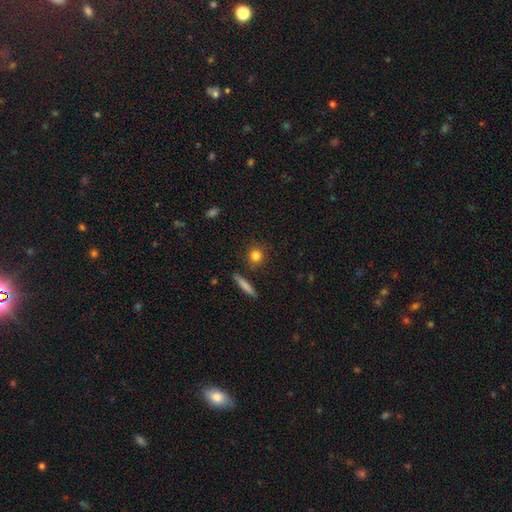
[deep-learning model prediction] Smooth or featured?
  - smooth: 82% *
  - star or artifact: 10%
  - featured or disk: 8%
How rounded?
  - round: 80% *
  - in between: 15%
  - cigar-shaped: 5%
Merging?
  - none: 86% *
  - minor disturbance: 9%
  - merger: 3%
  - major disturbance: 3%